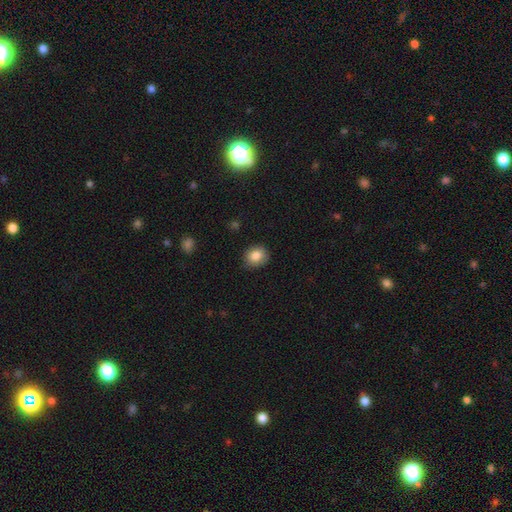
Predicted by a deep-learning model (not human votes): This is clearly a smooth galaxy (84%). How rounded: likely round (62%). Merging: clearly none (82%).